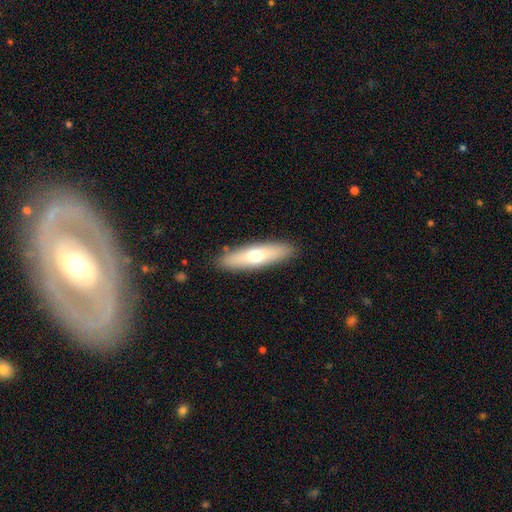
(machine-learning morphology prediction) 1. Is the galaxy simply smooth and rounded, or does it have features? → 61% smooth, 33% featured or disk, 6% star or artifact.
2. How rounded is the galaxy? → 64% cigar-shaped, 34% in between, 2% round.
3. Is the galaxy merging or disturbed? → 89% none, 8% minor disturbance, 2% major disturbance, 1% merger.